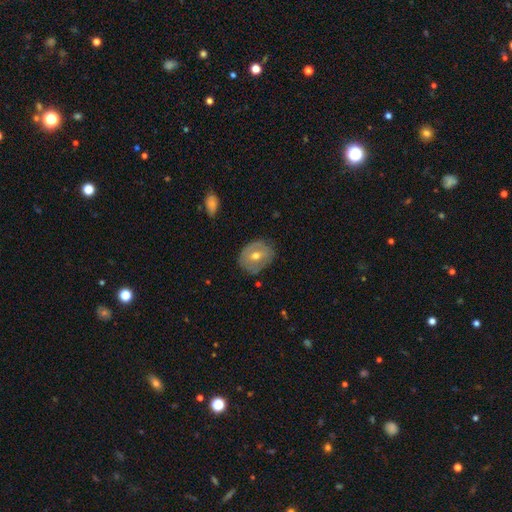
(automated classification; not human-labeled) smooth-or-featured: featured or disk: 49% | smooth: 44% | star or artifact: 8%
  merging: none: 73% | minor disturbance: 20% | major disturbance: 5% | merger: 2%